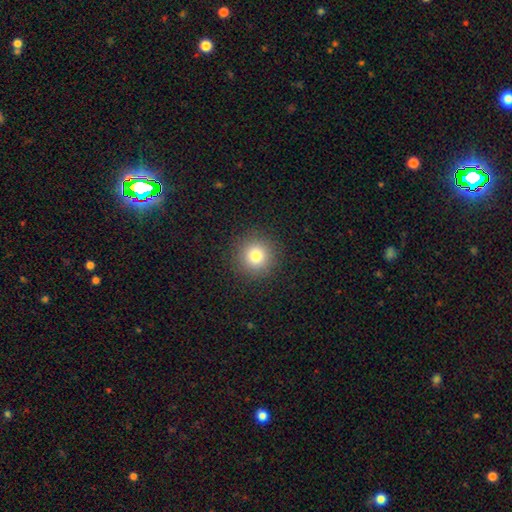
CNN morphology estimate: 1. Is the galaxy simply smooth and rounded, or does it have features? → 80% smooth, 13% star or artifact, 8% featured or disk.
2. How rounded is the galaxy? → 95% round, 4% in between, 1% cigar-shaped.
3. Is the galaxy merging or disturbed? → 91% none, 5% minor disturbance, 2% major disturbance, 1% merger.